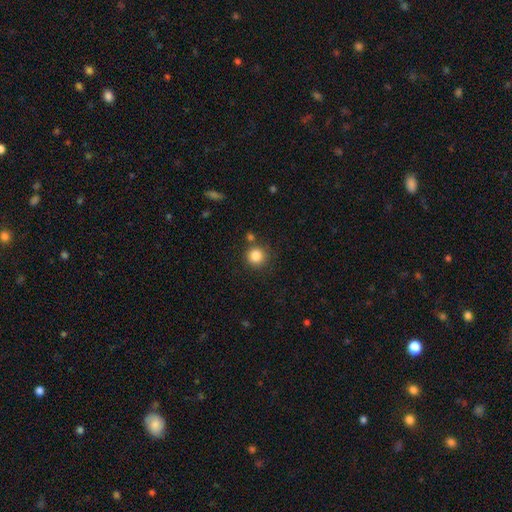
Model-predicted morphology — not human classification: smooth 85%, star or artifact 11%, featured or disk 5%. Down the decision tree: how rounded — round (94%); merging — none (81%).